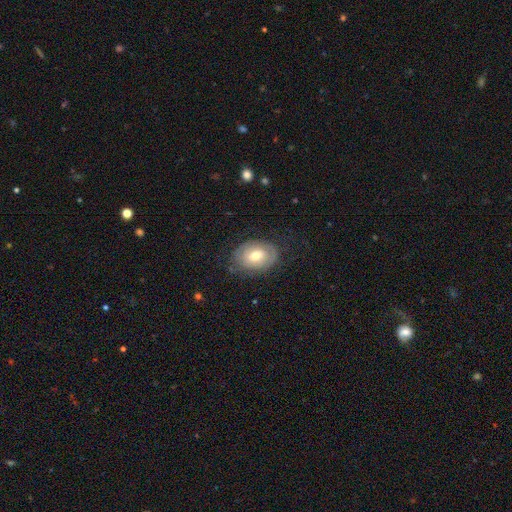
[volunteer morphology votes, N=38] Q: Smooth or featured?
A: featured or disk (63%); runner-up: smooth (32%)
Q: Edge-on disk?
A: no (88%); runner-up: yes (12%)
Q: Bar?
A: no (86%); runner-up: weak (14%)
Q: Spiral arms?
A: yes (62%); runner-up: no (38%)
Q: Spiral winding?
A: tight (62%); runner-up: medium (31%)
Q: Spiral arm count?
A: can't tell (62%); runner-up: 2 (31%)
Q: Bulge size?
A: moderate (67%); runner-up: small (24%)
Q: Merging?
A: none (72%); runner-up: minor disturbance (17%)